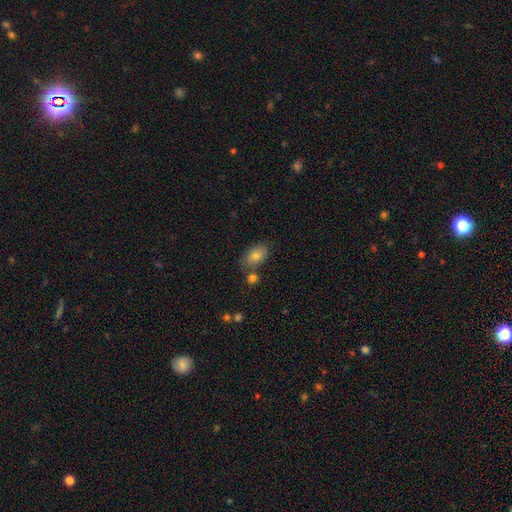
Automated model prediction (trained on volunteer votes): smooth-or-featured: smooth: 80% | featured or disk: 11% | star or artifact: 10%
  how-rounded: in between: 89% | round: 9% | cigar-shaped: 2%
  merging: none: 72% | minor disturbance: 13% | merger: 12% | major disturbance: 3%